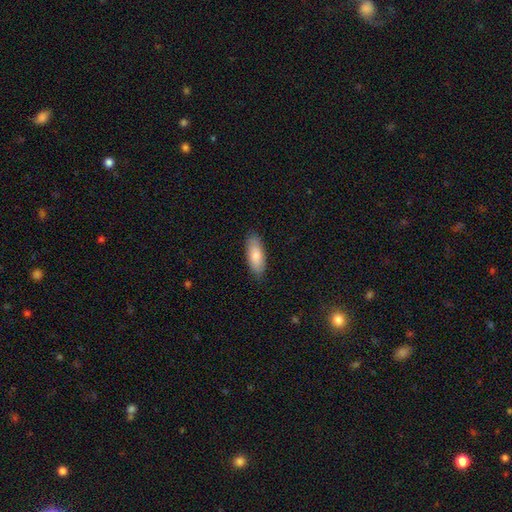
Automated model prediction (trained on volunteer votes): smooth 83%, featured or disk 11%, star or artifact 6%. Down the decision tree: how rounded — in between (75%); merging — none (85%).